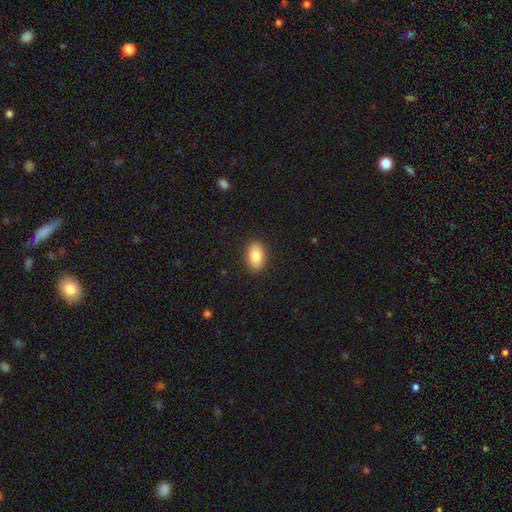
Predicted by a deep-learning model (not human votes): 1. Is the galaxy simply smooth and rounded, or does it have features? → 84% smooth, 9% featured or disk, 7% star or artifact.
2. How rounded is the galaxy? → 89% in between, 10% round, 2% cigar-shaped.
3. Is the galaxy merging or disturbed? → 89% none, 8% minor disturbance, 2% major disturbance, 1% merger.